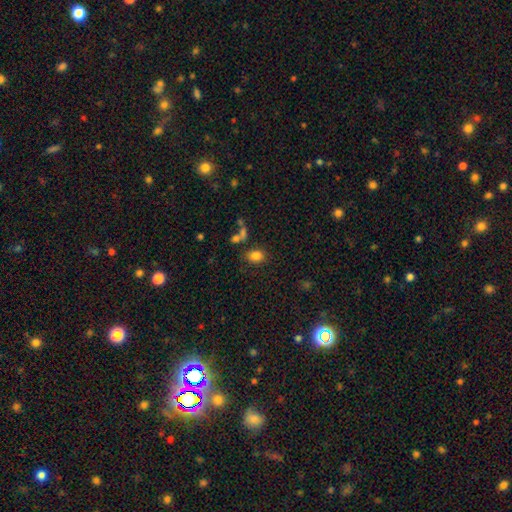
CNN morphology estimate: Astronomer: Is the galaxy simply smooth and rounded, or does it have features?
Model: smooth — 81%.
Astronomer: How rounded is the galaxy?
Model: in between — 66%.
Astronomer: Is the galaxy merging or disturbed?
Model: none — 72%.